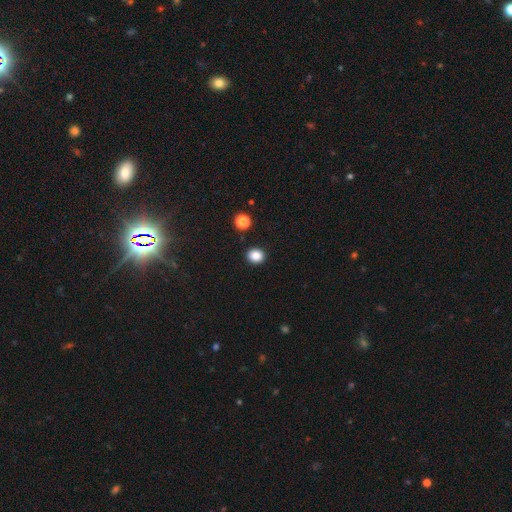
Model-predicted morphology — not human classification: A smooth galaxy with no disk features (86%) that is round (70%). Merging: none (89%).